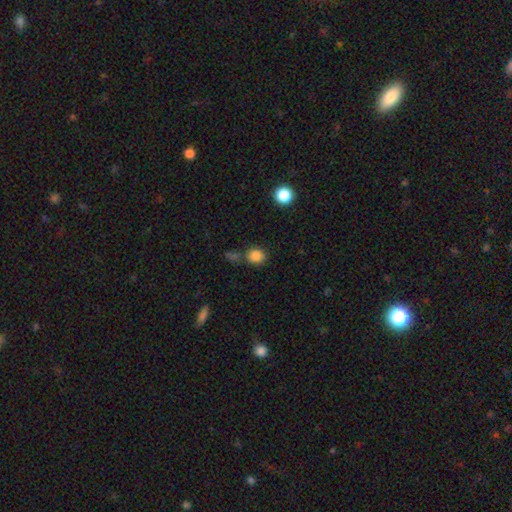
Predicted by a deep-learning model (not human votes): A smooth galaxy with no disk features (84%) that is round (74%). Merging: none (70%).